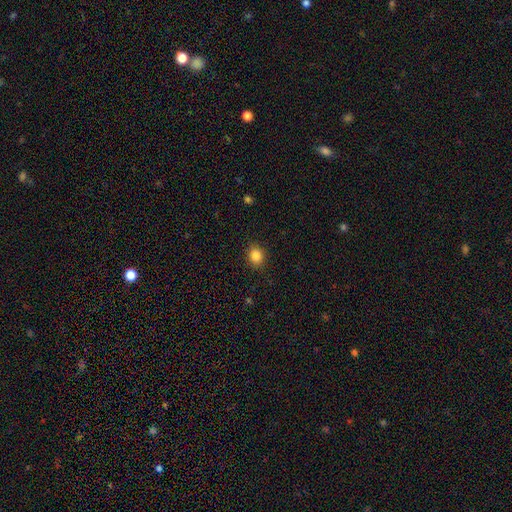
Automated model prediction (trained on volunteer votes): A smooth galaxy with no disk features (85%) that is round (60%).

Vote fractions:
- Smooth or featured? smooth: 85% / star or artifact: 11% / featured or disk: 5%
- How rounded? round: 60% / in between: 39% / cigar-shaped: 1%
- Merging? none: 89% / minor disturbance: 8% / major disturbance: 2% / merger: 1%